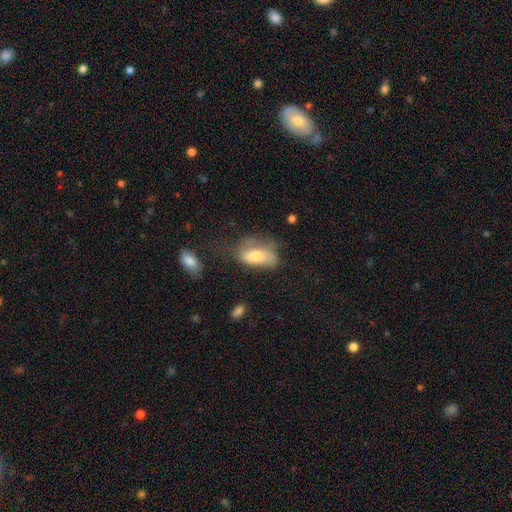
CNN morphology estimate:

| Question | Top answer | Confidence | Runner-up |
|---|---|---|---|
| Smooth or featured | smooth | 67% | featured or disk (24%) |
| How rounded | in between | 88% | cigar-shaped (7%) |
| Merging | none | 33% | minor disturbance (31%) |